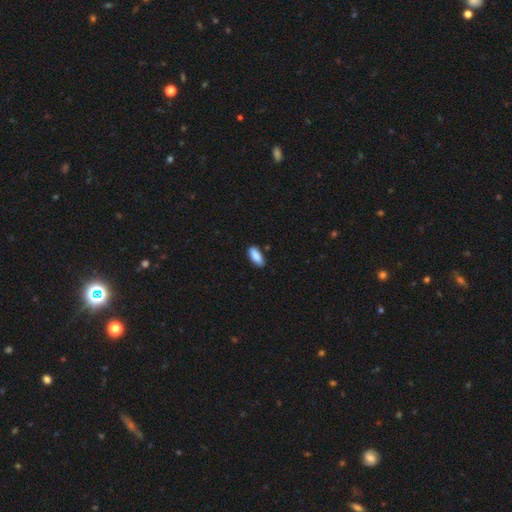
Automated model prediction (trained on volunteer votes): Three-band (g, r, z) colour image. It shows a smooth galaxy with no disk features (89%) that is in between round and cigar-shaped (85%). Merging: none (86%).